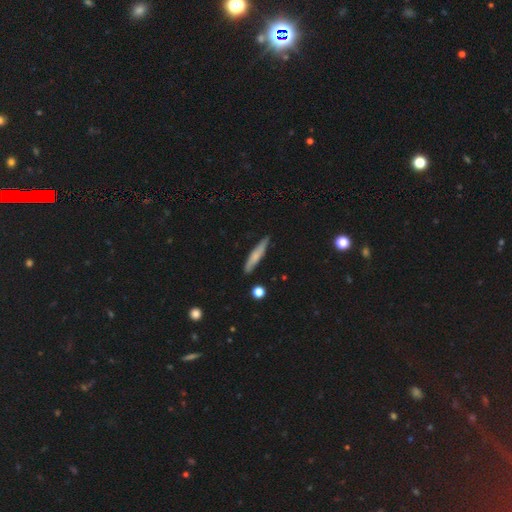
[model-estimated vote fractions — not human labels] The model was most divided on "smooth or featured": smooth: 62%, featured or disk: 31%, star or artifact: 7%. More confident: how rounded — cigar-shaped (91%); merging — none (84%).